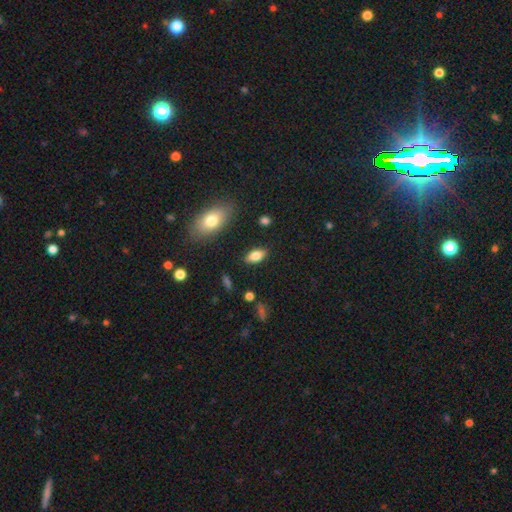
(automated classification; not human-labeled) smooth-or-featured: smooth: 76% | featured or disk: 16% | star or artifact: 8%
  how-rounded: in between: 87% | cigar-shaped: 9% | round: 4%
  merging: none: 86% | minor disturbance: 10% | major disturbance: 3% | merger: 2%